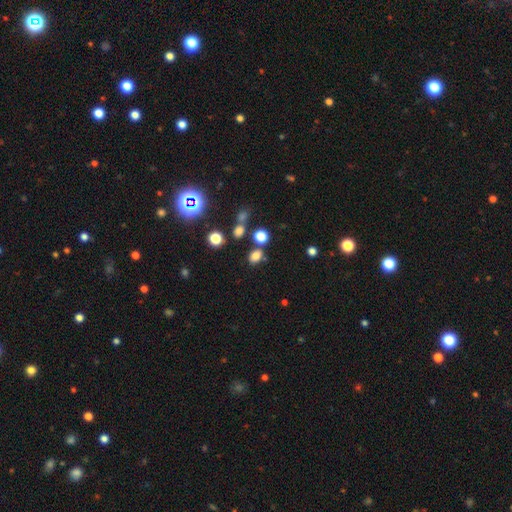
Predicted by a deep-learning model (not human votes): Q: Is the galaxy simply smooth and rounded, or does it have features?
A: smooth — 77%.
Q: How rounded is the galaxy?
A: in between — 64%.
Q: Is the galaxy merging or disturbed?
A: none — 71%.